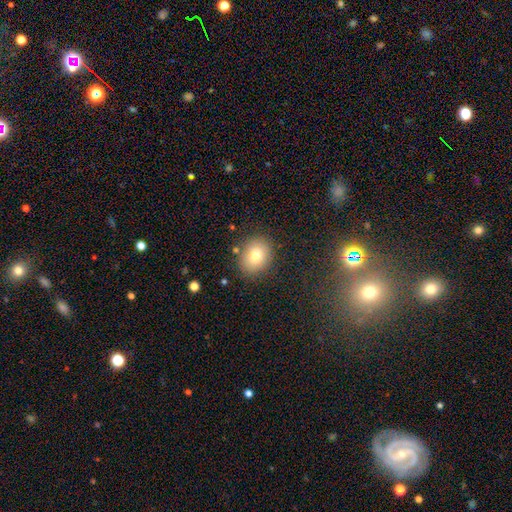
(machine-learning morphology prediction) smooth 77%, featured or disk 12%, star or artifact 10%. Down the decision tree: how rounded — round (55%); merging — none (83%).